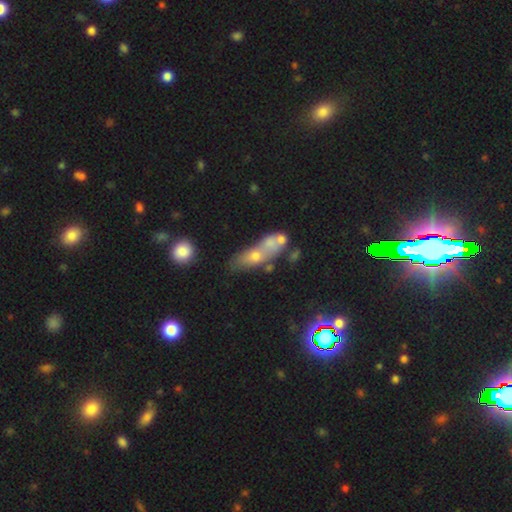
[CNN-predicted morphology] smooth-or-featured: smooth: 49% | featured or disk: 33% | star or artifact: 18%
  merging: merger: 46% | none: 30% | minor disturbance: 14% | major disturbance: 10%